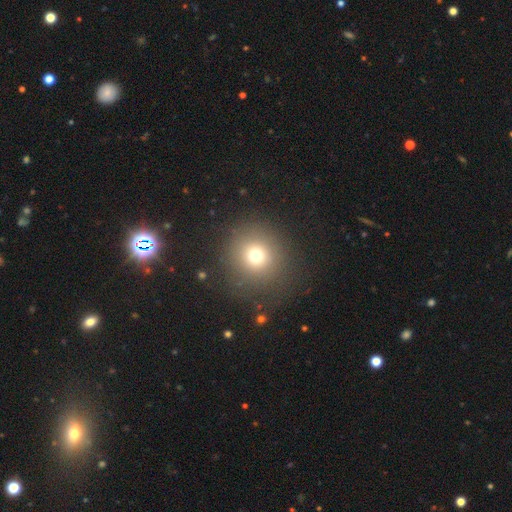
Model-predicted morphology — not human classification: This is likely a smooth galaxy (72%). How rounded: clearly round (93%). Merging: clearly none (85%).